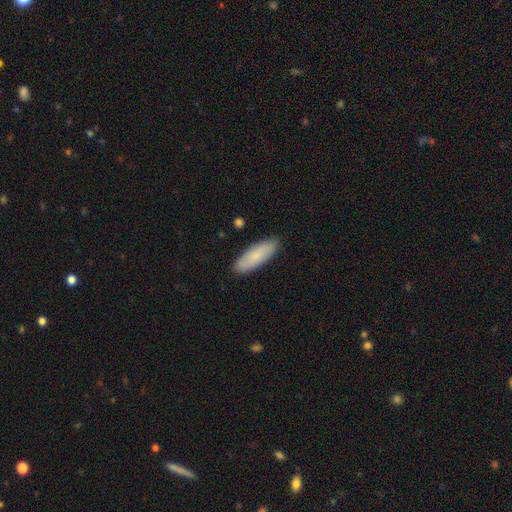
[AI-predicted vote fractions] This appears to be a smooth galaxy with no disk features (82%) that is in between round and cigar-shaped (60%). Merging: none (89%).